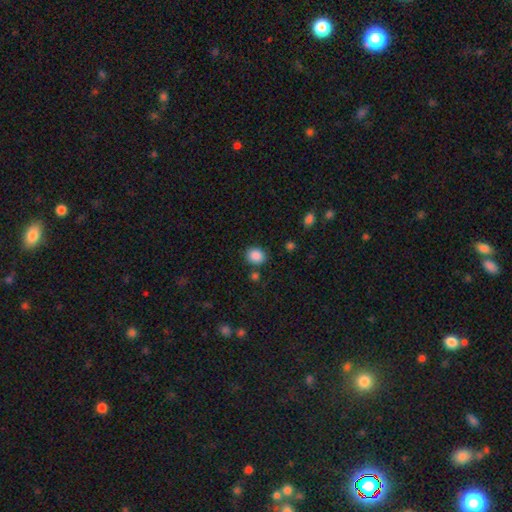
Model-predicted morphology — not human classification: Overall: smooth (88%). How rounded: round (60%; in between 39%). Merging: none (81%).